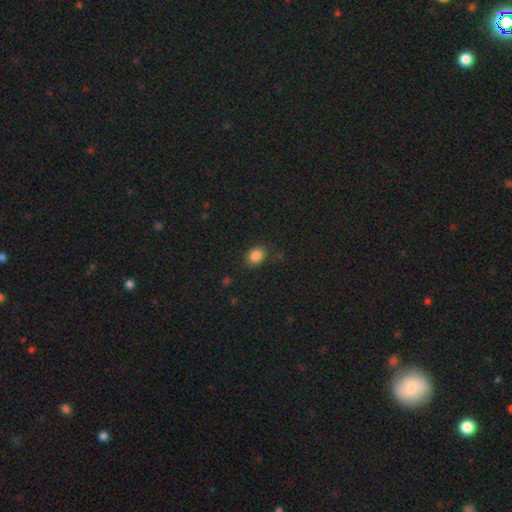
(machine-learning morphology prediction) Smooth or featured? smooth (85%)
How rounded? in between (65%)
Merging? none (83%)